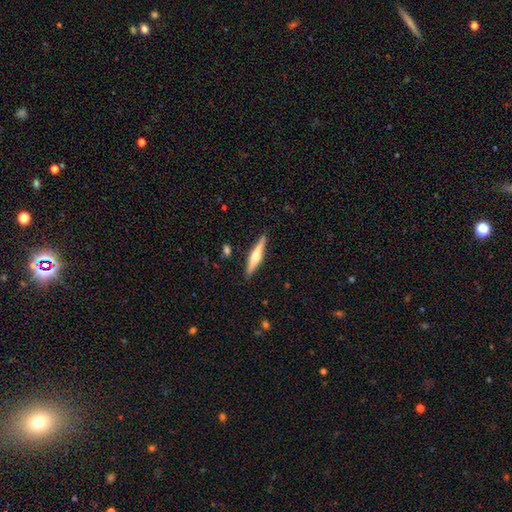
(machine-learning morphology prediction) type=featured or disk (62%); edge-on=yes (97%); edge-on bulge=rounded (88%); merging=none (90%).